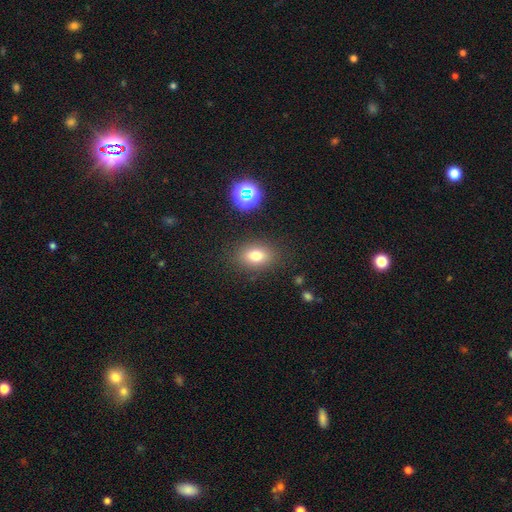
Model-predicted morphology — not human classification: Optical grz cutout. It shows a smooth galaxy with no disk features (76%) that is in between round and cigar-shaped (67%). Merging: none (84%).